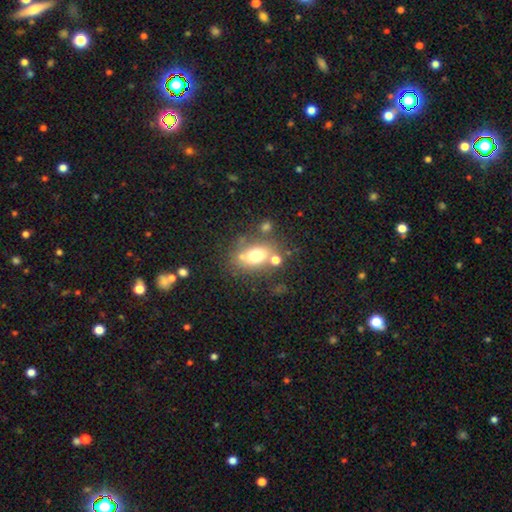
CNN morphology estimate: This is likely a smooth galaxy (66%). How rounded: likely in between (71%). Merging: likely none (61%).